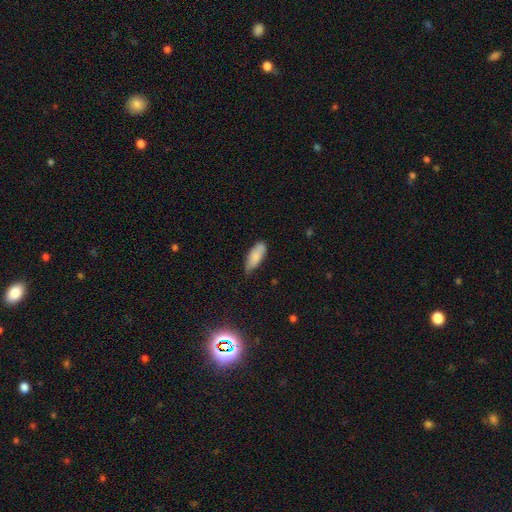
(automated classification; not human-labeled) smooth-or-featured: smooth: 84% | featured or disk: 10% | star or artifact: 6%
  how-rounded: in between: 75% | cigar-shaped: 23% | round: 2%
  merging: none: 66% | minor disturbance: 28% | major disturbance: 4% | merger: 2%